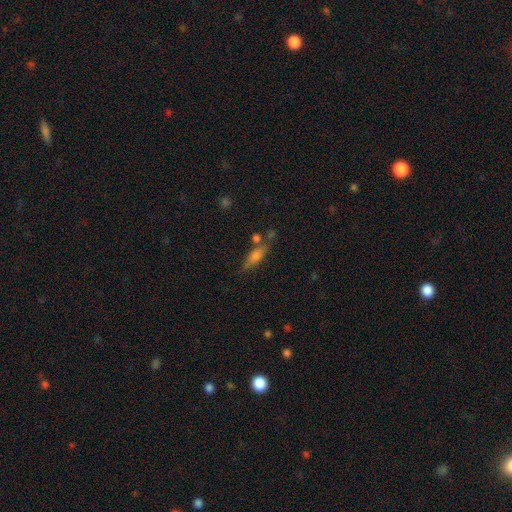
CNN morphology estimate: Smooth or featured? smooth (59%)
How rounded? cigar-shaped (51%)
Merging? none (63%)